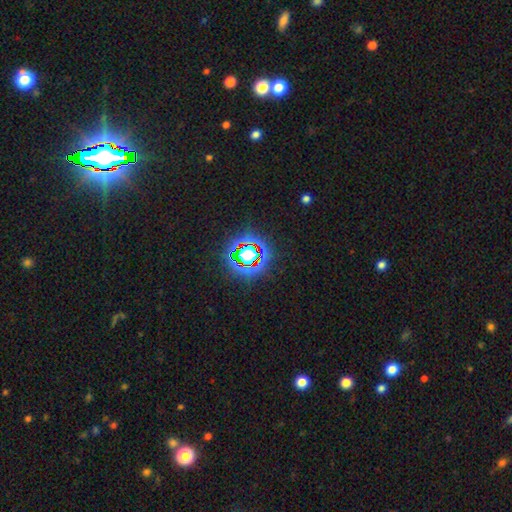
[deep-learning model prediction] smooth_or_featured: star or artifact (p=0.81) [alt: smooth p=0.11]